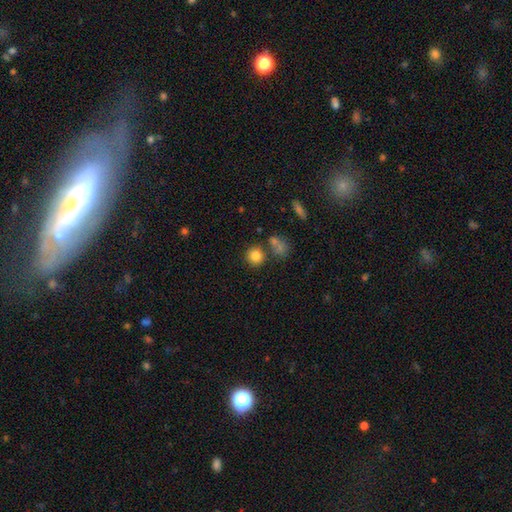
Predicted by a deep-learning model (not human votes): This is clearly a smooth galaxy (82%). How rounded: clearly round (87%). Merging: likely none (73%).